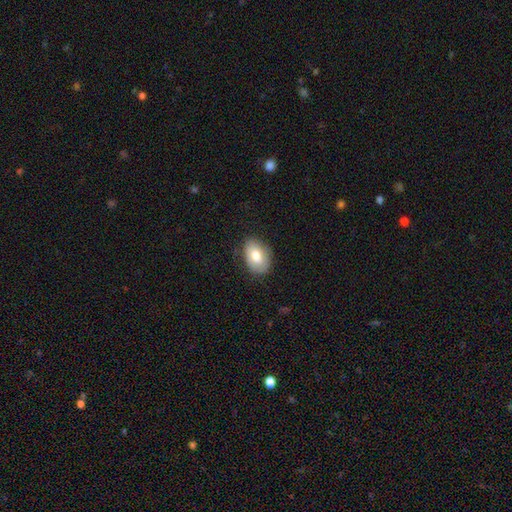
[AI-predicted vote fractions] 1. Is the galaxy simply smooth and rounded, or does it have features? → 72% smooth, 21% featured or disk, 7% star or artifact.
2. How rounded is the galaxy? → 88% in between, 11% round, 1% cigar-shaped.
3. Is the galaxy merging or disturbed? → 78% none, 17% minor disturbance, 4% major disturbance, 1% merger.